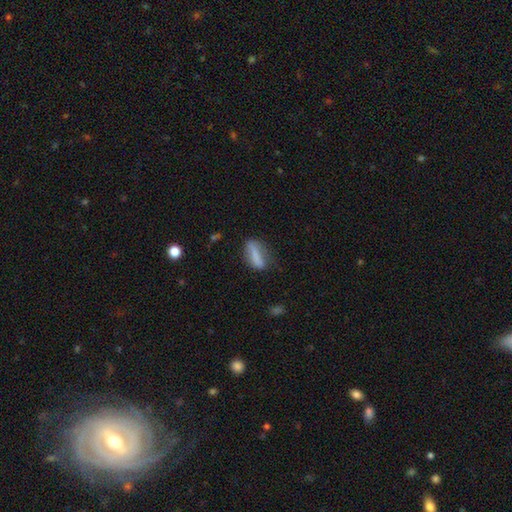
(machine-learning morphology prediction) Smooth or featured? Predicted: smooth (p=0.72). How rounded? Predicted: in between (p=0.55). Merging? Predicted: none (p=0.63).